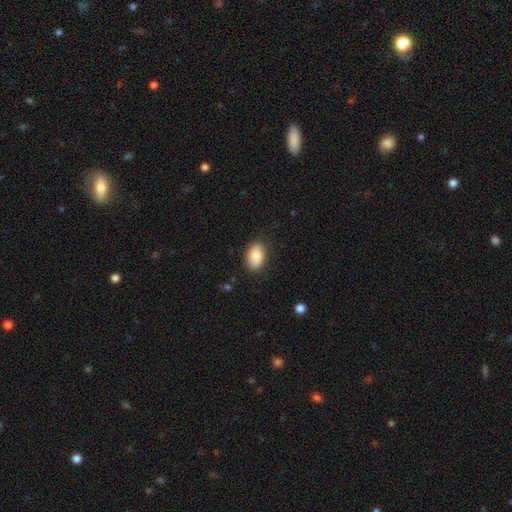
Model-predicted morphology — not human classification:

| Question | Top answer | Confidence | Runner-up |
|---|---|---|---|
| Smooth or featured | smooth | 84% | featured or disk (9%) |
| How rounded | in between | 91% | round (8%) |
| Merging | none | 83% | minor disturbance (13%) |